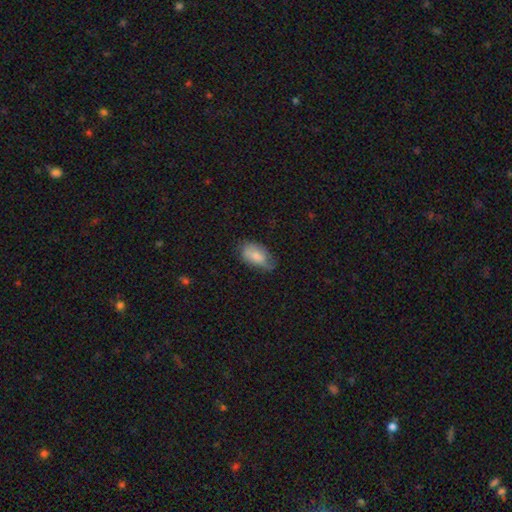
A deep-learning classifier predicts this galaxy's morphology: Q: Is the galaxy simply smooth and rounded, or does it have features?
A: smooth — 70%.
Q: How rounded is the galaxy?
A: in between — 92%.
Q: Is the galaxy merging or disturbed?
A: none — 50%.